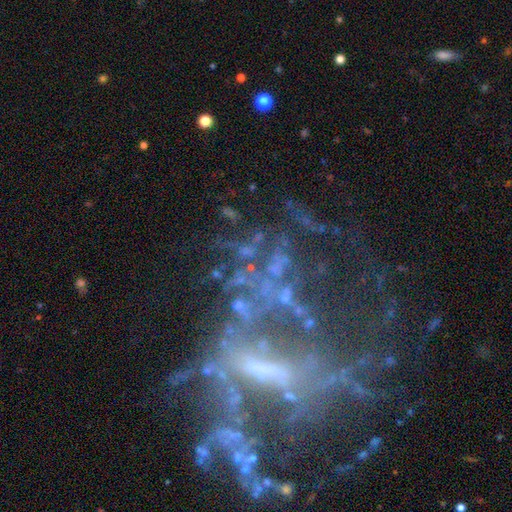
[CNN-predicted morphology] type=featured or disk (70%); edge-on=no (94%); bar=no (44%); spiral arms=no (63%); bulge=none (36%, tied with small); merging=major disturbance (42%).